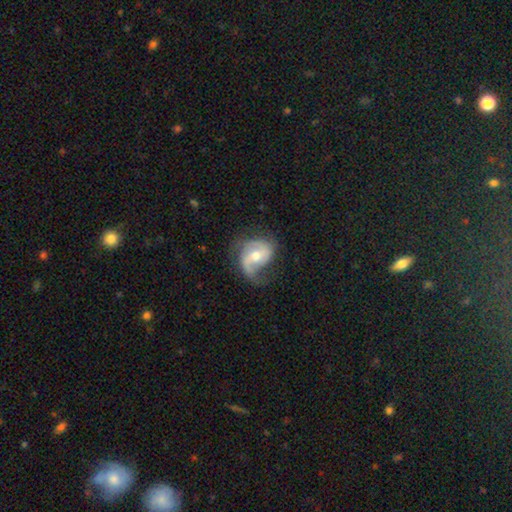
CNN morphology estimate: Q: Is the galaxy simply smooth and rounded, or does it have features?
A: featured or disk — 76%.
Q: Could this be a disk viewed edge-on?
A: no — 97%.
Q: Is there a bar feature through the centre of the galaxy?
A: weak — 42%.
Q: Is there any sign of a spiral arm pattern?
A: yes — 91%.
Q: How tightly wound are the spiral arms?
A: medium — 43%.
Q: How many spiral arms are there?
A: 2 — 62%.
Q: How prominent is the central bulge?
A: moderate — 68%.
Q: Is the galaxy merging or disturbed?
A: none — 50%.